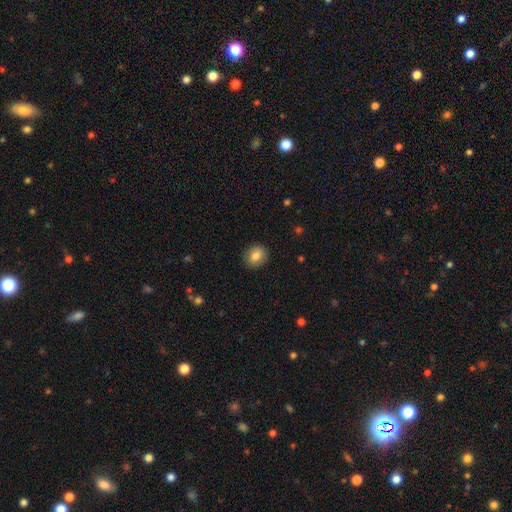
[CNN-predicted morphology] Smooth or featured? Predicted: smooth (p=0.83). How rounded? Predicted: round (p=0.59). Merging? Predicted: none (p=0.89).